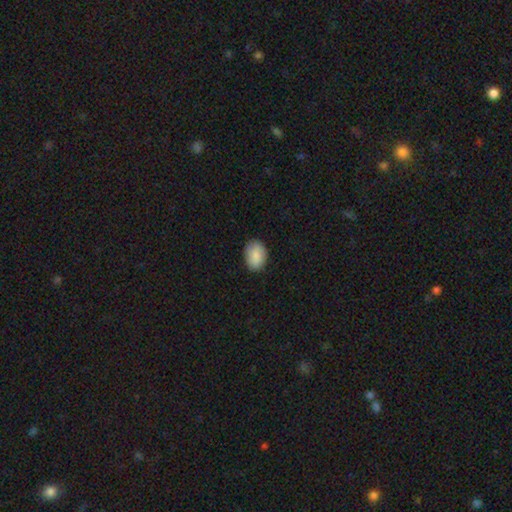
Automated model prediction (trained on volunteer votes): A smooth galaxy with no disk features (89%) that is in between round and cigar-shaped (82%).

Vote fractions:
- Smooth or featured? smooth: 89% / star or artifact: 6% / featured or disk: 5%
- How rounded? in between: 82% / round: 17% / cigar-shaped: 1%
- Merging? none: 84% / minor disturbance: 13% / major disturbance: 2% / merger: 1%